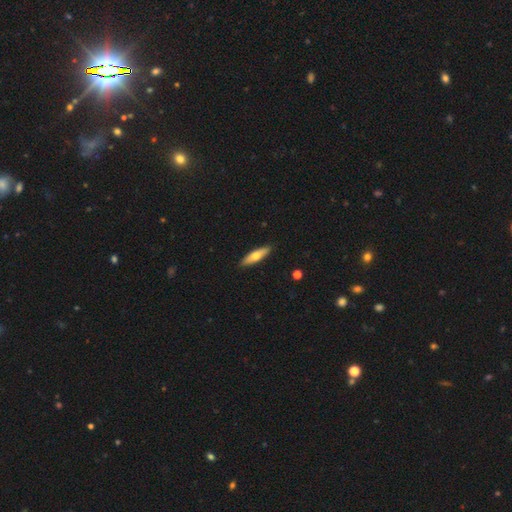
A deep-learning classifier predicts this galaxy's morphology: Q: Smooth or featured?
A: smooth (61%); runner-up: featured or disk (34%)
Q: How rounded?
A: cigar-shaped (65%); runner-up: in between (33%)
Q: Merging?
A: none (90%); runner-up: minor disturbance (7%)